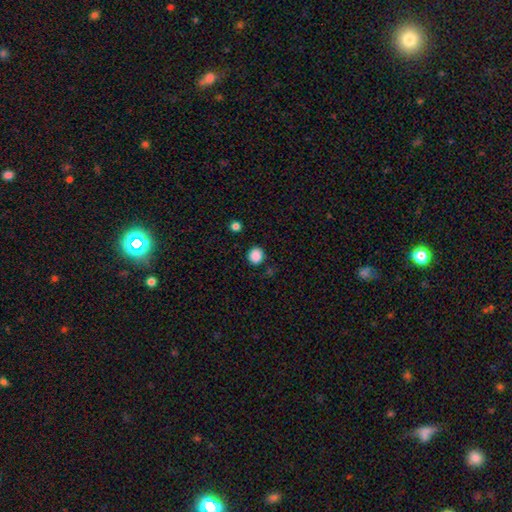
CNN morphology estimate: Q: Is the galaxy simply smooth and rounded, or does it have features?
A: smooth — 87%.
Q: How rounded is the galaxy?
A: round — 84%.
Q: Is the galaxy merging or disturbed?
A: none — 87%.